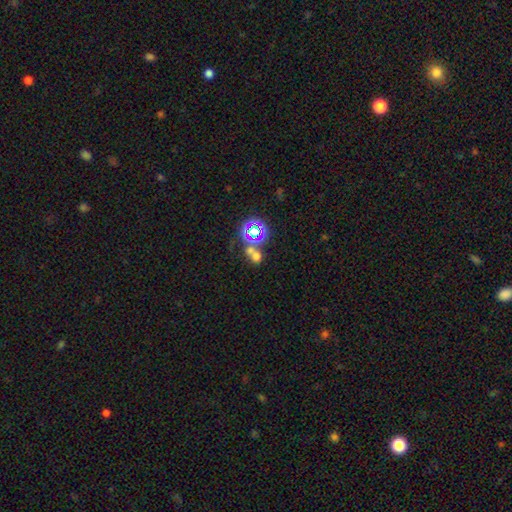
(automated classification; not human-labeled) This is possibly a smooth galaxy (49%). Merging: possibly merger (47%).